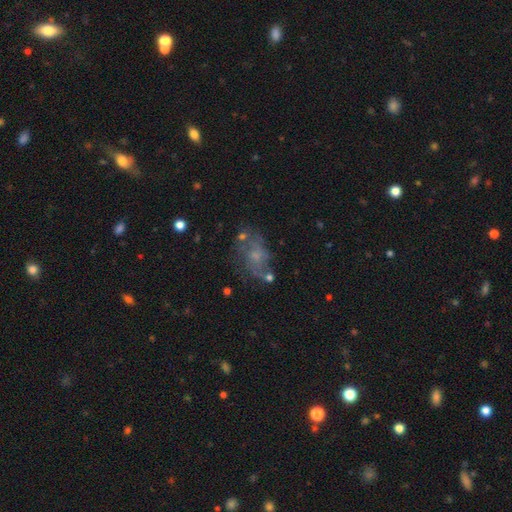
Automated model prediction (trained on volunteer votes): Q: Smooth or featured?
A: featured or disk (54%); runner-up: smooth (29%)
Q: Edge-on disk?
A: no (96%); runner-up: yes (4%)
Q: Bar?
A: no (78%); runner-up: weak (19%)
Q: Spiral arms?
A: yes (63%); runner-up: no (37%)
Q: Bulge size?
A: small (51%); runner-up: moderate (26%)
Q: Merging?
A: none (53%); runner-up: minor disturbance (21%)